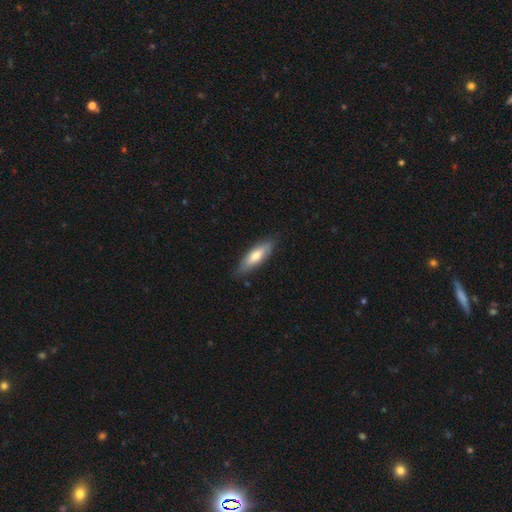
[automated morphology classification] Q: Smooth or featured?
A: smooth (71%); runner-up: featured or disk (24%)
Q: How rounded?
A: in between (51%); runner-up: cigar-shaped (47%)
Q: Merging?
A: none (81%); runner-up: minor disturbance (15%)